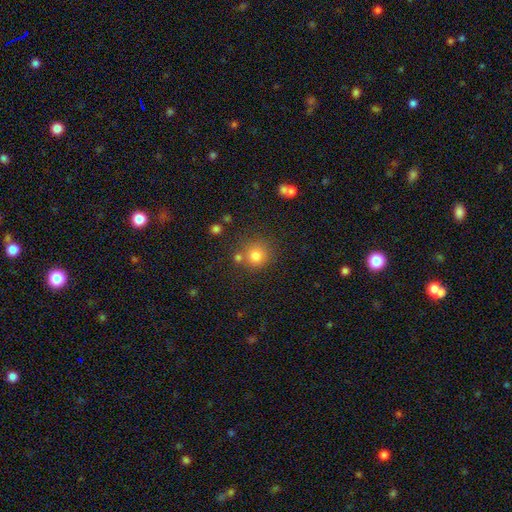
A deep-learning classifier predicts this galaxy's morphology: The model was most divided on "merging": none: 71%, merger: 14%, minor disturbance: 11%, major disturbance: 4%. More confident: how rounded — round (90%); smooth or featured — smooth (79%).